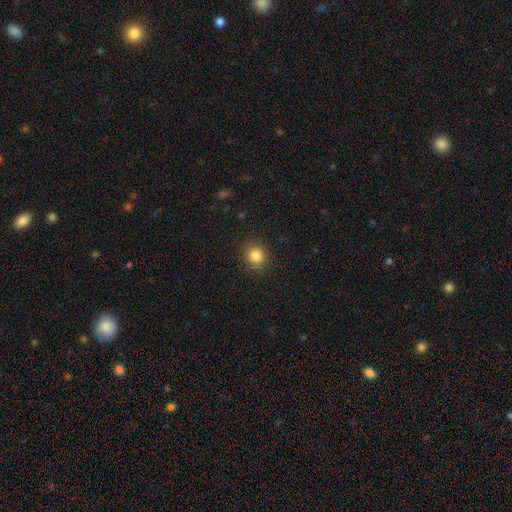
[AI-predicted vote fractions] Smooth or featured?
  - smooth: 85% *
  - star or artifact: 11%
  - featured or disk: 4%
How rounded?
  - round: 84% *
  - in between: 15%
  - cigar-shaped: 1%
Merging?
  - none: 89% *
  - minor disturbance: 7%
  - major disturbance: 3%
  - merger: 1%